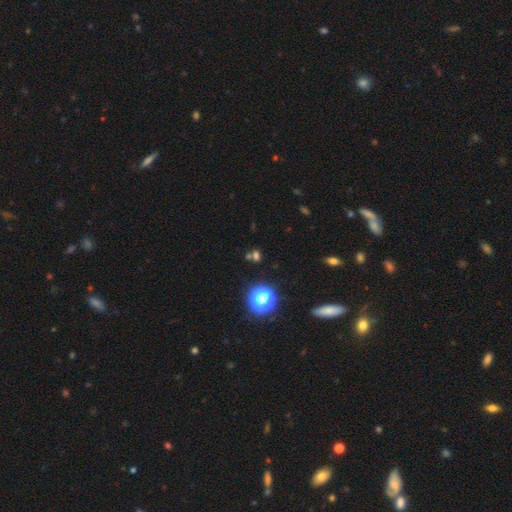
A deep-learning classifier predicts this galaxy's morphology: type=smooth (53%); roundness=round (68%); merging=none (62%).